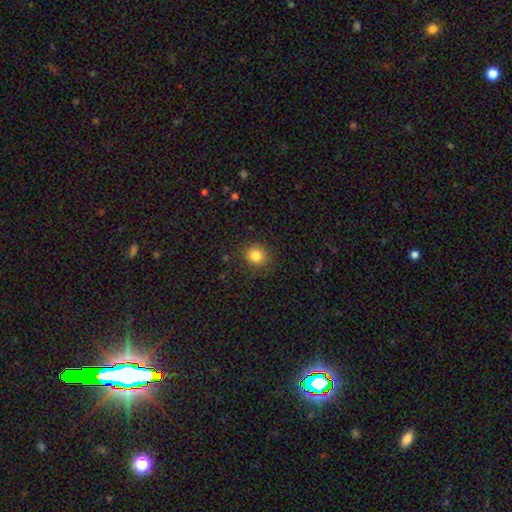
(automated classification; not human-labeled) Smooth or featured?
  - smooth: 84% *
  - star or artifact: 11%
  - featured or disk: 5%
How rounded?
  - round: 82% *
  - in between: 17%
  - cigar-shaped: 1%
Merging?
  - none: 87% *
  - minor disturbance: 9%
  - major disturbance: 3%
  - merger: 1%